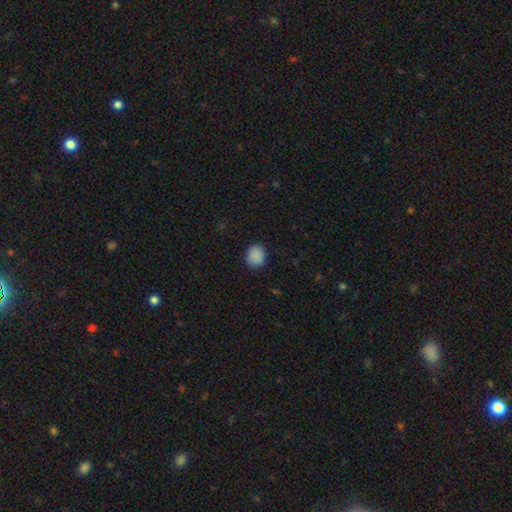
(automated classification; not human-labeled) Overall: smooth (88%). How rounded: round (65%; in between 35%). Merging: none (88%).